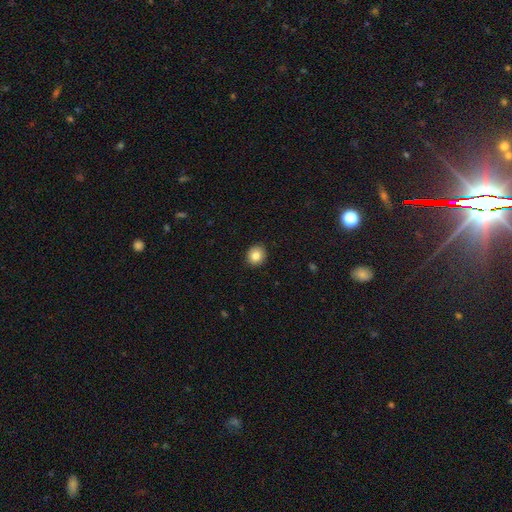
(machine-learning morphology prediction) Smooth or featured? smooth (84%)
How rounded? round (87%)
Merging? none (92%)